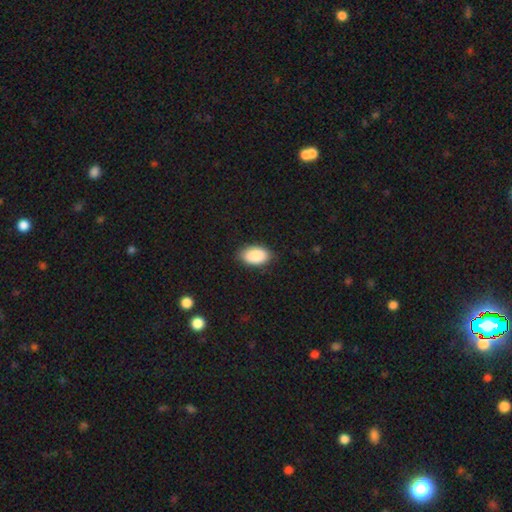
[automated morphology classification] Smooth or featured?
  - smooth: 90% *
  - star or artifact: 6%
  - featured or disk: 4%
How rounded?
  - in between: 93% *
  - round: 6%
  - cigar-shaped: 1%
Merging?
  - none: 84% *
  - minor disturbance: 13%
  - major disturbance: 3%
  - merger: 1%